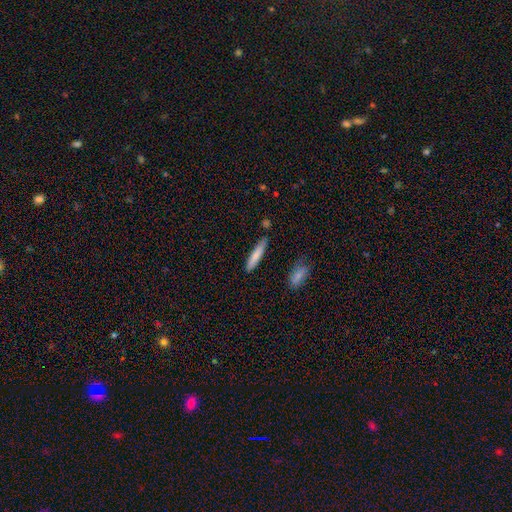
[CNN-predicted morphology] Smooth or featured? smooth (80%)
How rounded? cigar-shaped (86%)
Merging? none (82%)